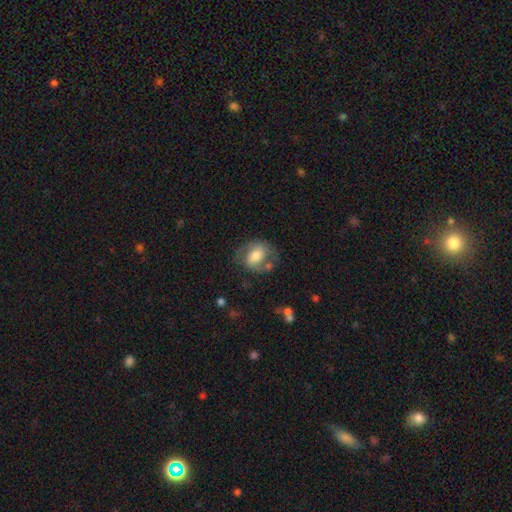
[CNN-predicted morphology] smooth-or-featured: smooth: 50% | featured or disk: 43% | star or artifact: 7%
  how-rounded: in between: 52% | round: 46% | cigar-shaped: 1%
  merging: none: 59% | minor disturbance: 23% | major disturbance: 13% | merger: 5%